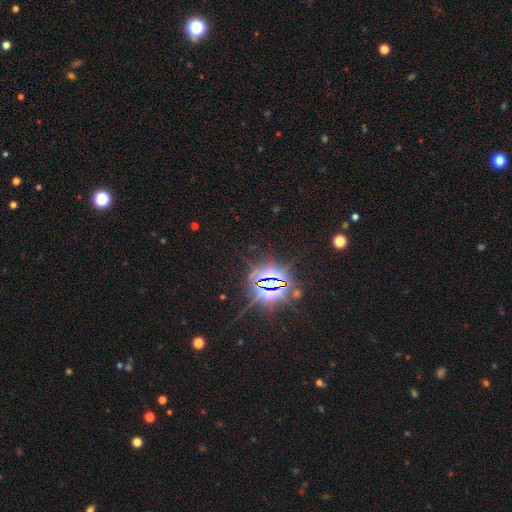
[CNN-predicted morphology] Overall: star or artifact (86%).